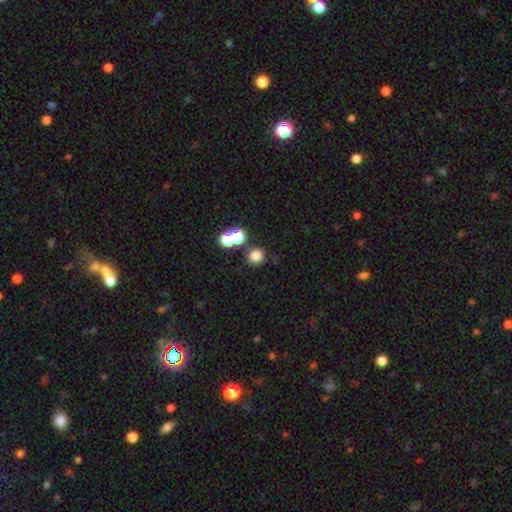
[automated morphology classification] This appears to be a smooth galaxy with no disk features (77%) that is round (84%). Merging: none (73%).